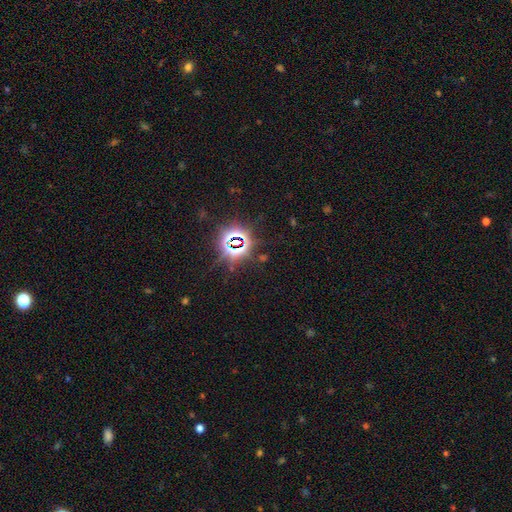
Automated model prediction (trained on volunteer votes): smooth_or_featured: star or artifact (p=0.82) [alt: smooth p=0.11]